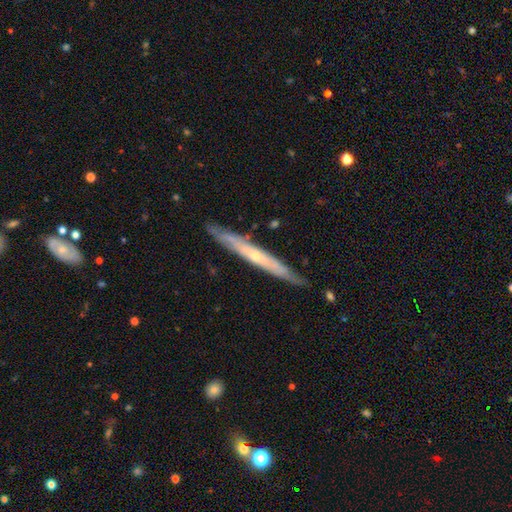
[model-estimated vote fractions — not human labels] Morphology: type=featured or disk (69%); edge-on=yes (87%); edge-on bulge=rounded (53%); merging=none (83%).